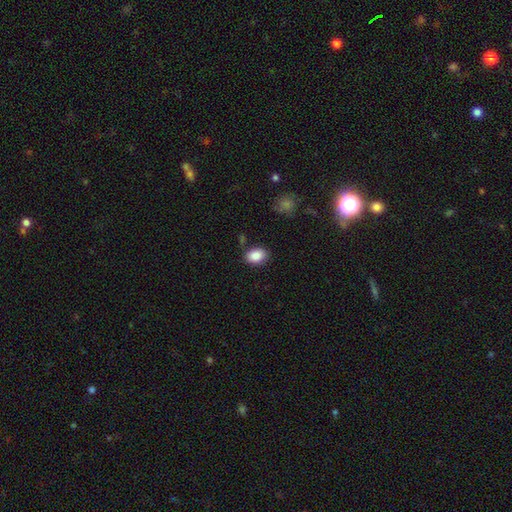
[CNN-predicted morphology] Smooth or featured? Predicted: smooth (p=0.87). How rounded? Predicted: in between (p=0.75). Merging? Predicted: none (p=0.81).